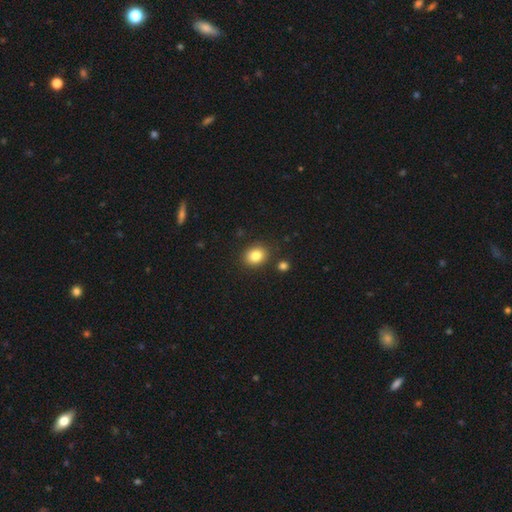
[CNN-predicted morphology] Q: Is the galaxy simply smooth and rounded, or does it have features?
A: smooth — 83%.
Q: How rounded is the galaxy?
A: round — 60%.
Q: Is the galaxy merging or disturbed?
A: none — 86%.